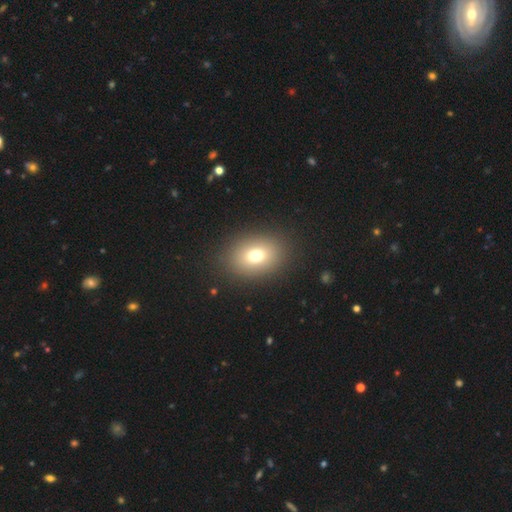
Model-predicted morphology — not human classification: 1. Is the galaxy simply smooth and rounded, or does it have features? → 74% smooth, 13% star or artifact, 13% featured or disk.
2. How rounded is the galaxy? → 66% in between, 33% round, 1% cigar-shaped.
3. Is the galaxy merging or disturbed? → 88% none, 7% minor disturbance, 4% major disturbance, 1% merger.